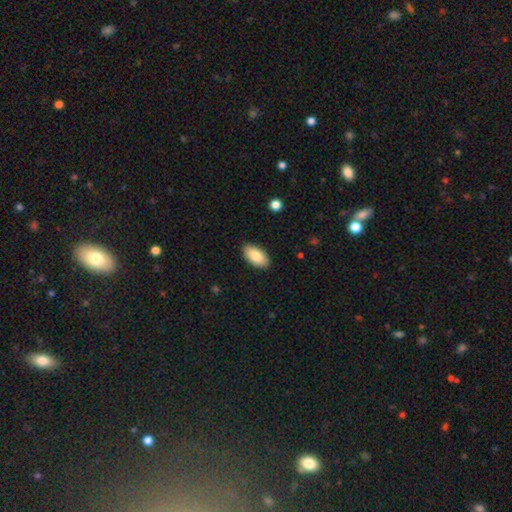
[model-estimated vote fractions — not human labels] Overall: smooth (83%). How rounded: in between (95%). Merging: none (89%).